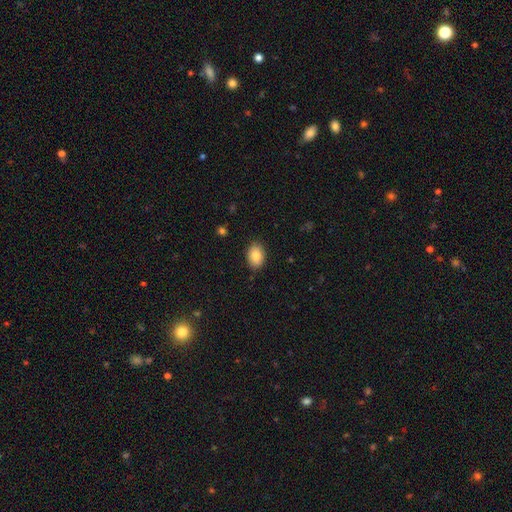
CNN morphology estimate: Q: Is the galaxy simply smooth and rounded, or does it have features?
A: smooth — 85%.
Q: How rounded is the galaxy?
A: in between — 81%.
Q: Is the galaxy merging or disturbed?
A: none — 87%.